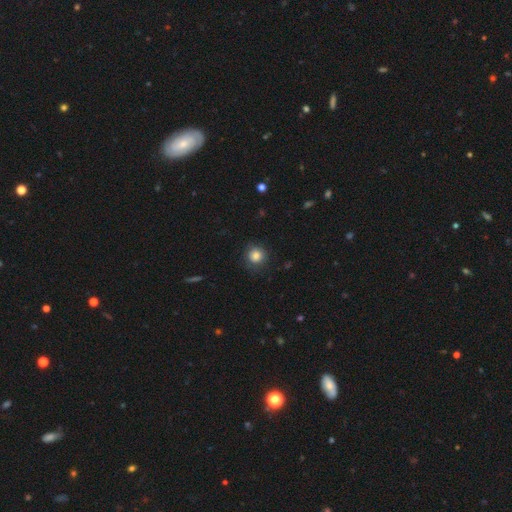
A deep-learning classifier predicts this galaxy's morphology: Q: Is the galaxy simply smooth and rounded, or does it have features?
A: smooth — 83%.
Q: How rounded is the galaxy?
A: round — 92%.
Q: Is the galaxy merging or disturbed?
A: none — 84%.